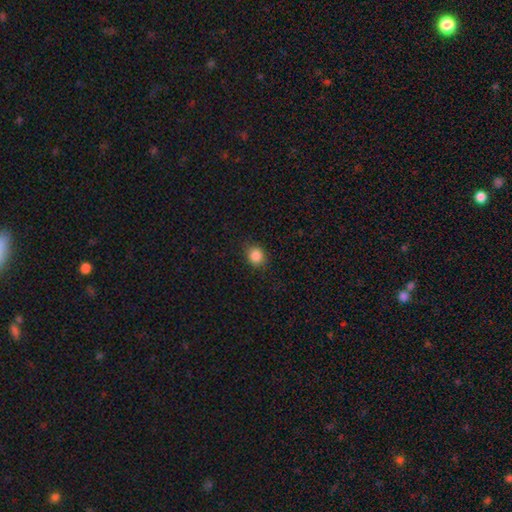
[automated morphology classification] smooth_or_featured: smooth (p=0.86) [alt: star or artifact p=0.10]
how_rounded: round (p=0.76) [alt: in between p=0.23]
merging: none (p=0.86) [alt: minor disturbance p=0.10]